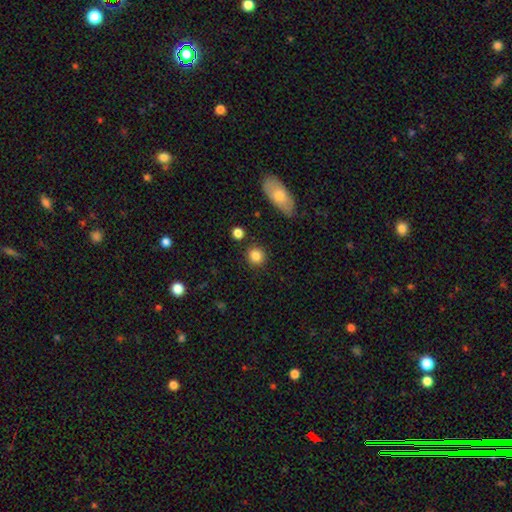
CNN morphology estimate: smooth_or_featured: smooth (p=0.85) [alt: star or artifact p=0.09]
how_rounded: round (p=0.89) [alt: in between p=0.10]
merging: none (p=0.87) [alt: minor disturbance p=0.07]